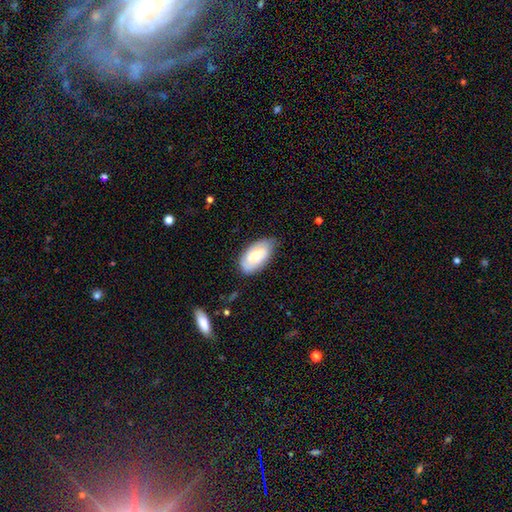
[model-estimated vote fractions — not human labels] Q: Smooth or featured?
A: smooth (51%); runner-up: featured or disk (42%)
Q: How rounded?
A: in between (94%); runner-up: round (3%)
Q: Merging?
A: none (75%); runner-up: minor disturbance (20%)